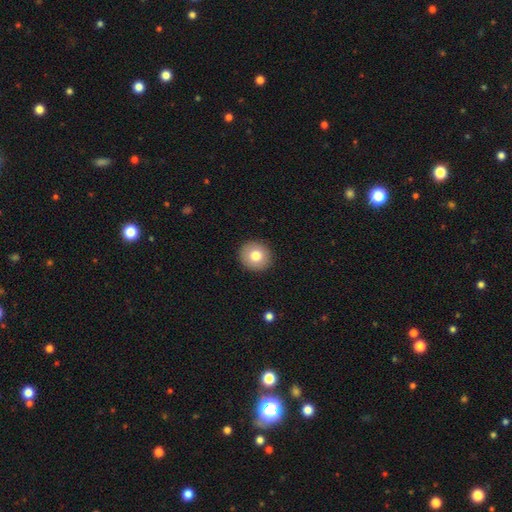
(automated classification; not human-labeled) A smooth galaxy with no disk features (78%) that is round (89%). Merging: none (91%).